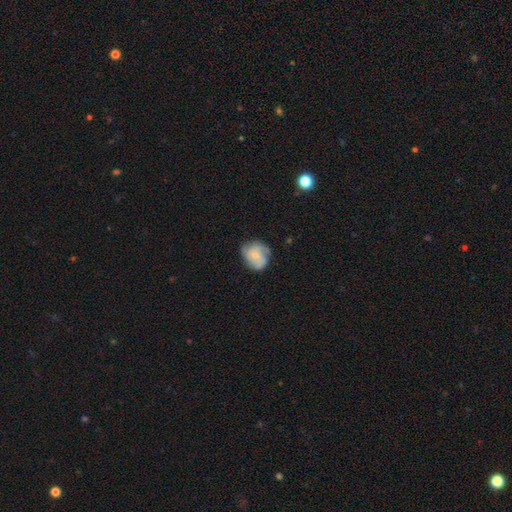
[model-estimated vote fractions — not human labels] The model was most divided on "smooth or featured": featured or disk: 55%, smooth: 37%, star or artifact: 7%. More confident: edge-on disk — no (98%); spiral arms — yes (85%); bar — no (72%); bulge size — small (64%); merging — none (63%).